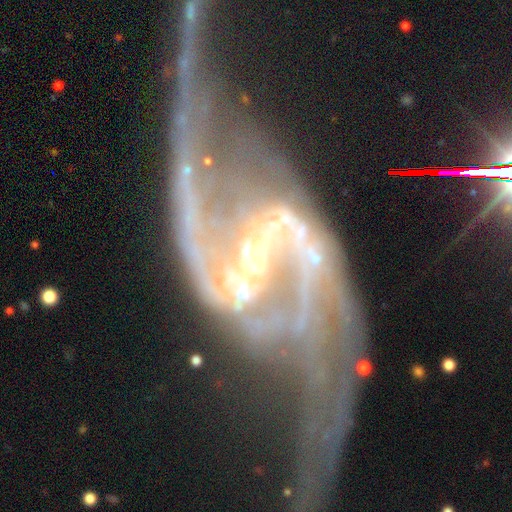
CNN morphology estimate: Q: Smooth or featured?
A: featured or disk (92%); runner-up: star or artifact (5%)
Q: Edge-on disk?
A: no (96%); runner-up: yes (4%)
Q: Bar?
A: strong (51%); runner-up: weak (34%)
Q: Spiral arms?
A: yes (96%); runner-up: no (4%)
Q: Spiral winding?
A: loose (70%); runner-up: medium (21%)
Q: Spiral arm count?
A: 2 (91%); runner-up: can't tell (2%)
Q: Bulge size?
A: small (61%); runner-up: moderate (30%)
Q: Merging?
A: major disturbance (36%); runner-up: none (35%)